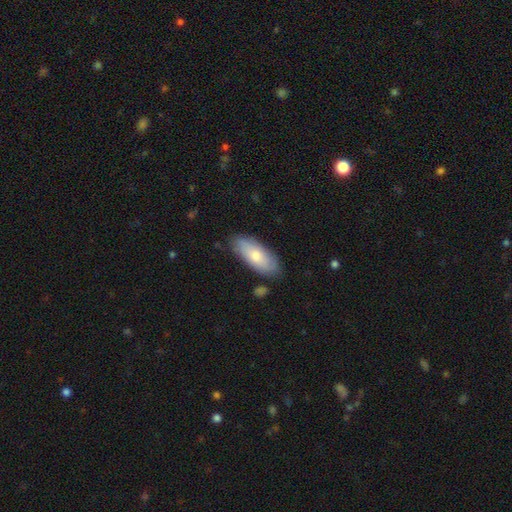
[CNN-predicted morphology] A smooth galaxy with no disk features (75%) that is in between round and cigar-shaped (83%).

Vote fractions:
- Smooth or featured? smooth: 75% / featured or disk: 20% / star or artifact: 5%
- How rounded? in between: 83% / cigar-shaped: 15% / round: 2%
- Merging? none: 80% / minor disturbance: 15% / major disturbance: 3% / merger: 2%